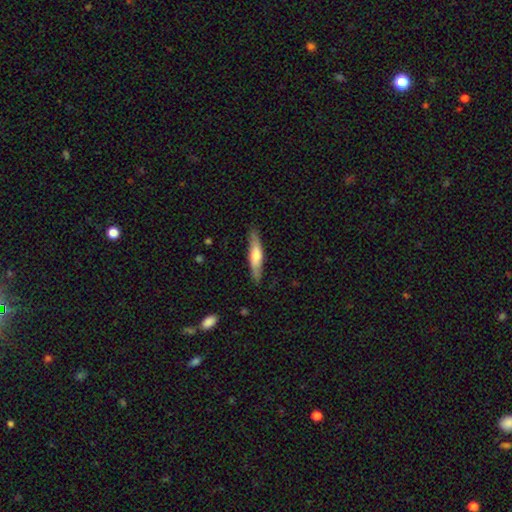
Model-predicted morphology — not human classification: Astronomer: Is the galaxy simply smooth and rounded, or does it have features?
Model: smooth — 58% (runner-up: featured or disk, 37%).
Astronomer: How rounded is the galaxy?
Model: cigar-shaped — 84%.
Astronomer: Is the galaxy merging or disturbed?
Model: none — 86%.